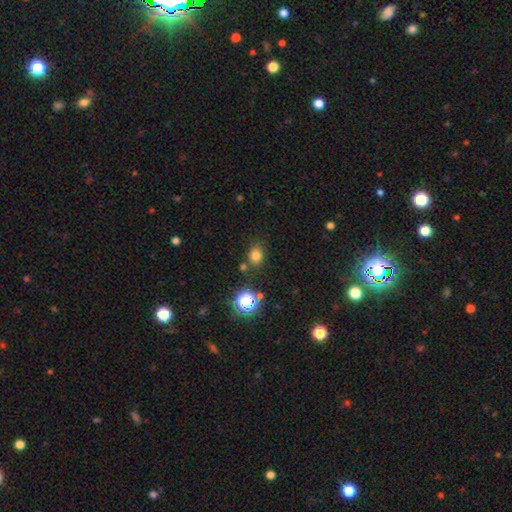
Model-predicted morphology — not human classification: Q: Smooth or featured?
A: smooth (76%); runner-up: star or artifact (18%)
Q: How rounded?
A: round (58%); runner-up: in between (41%)
Q: Merging?
A: none (76%); runner-up: minor disturbance (12%)